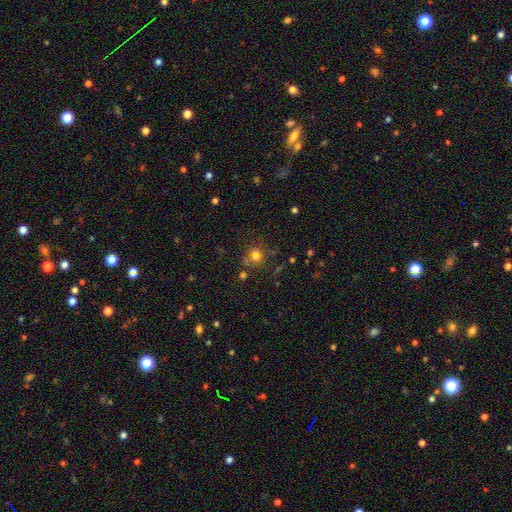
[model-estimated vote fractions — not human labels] The model was most divided on "merging": none: 59%, merger: 25%, minor disturbance: 11%, major disturbance: 6%. More confident: how rounded — round (85%); smooth or featured — smooth (61%).